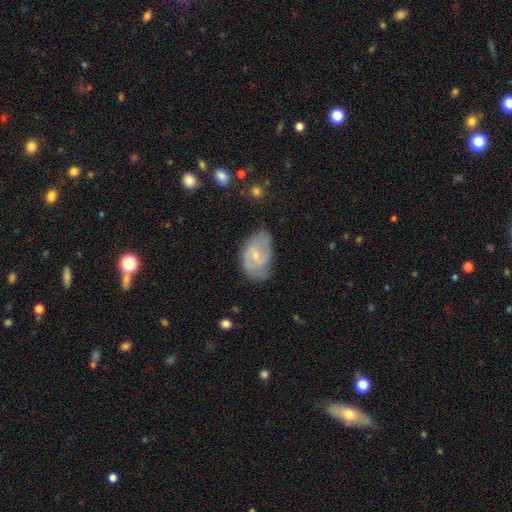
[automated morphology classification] Smooth or featured: featured or disk — 71% (smooth — 23%)
Edge-on disk: no — 97% (yes — 3%)
Bar: weak — 54% (no — 36%)
Spiral arms: yes — 88% (no — 12%)
Spiral winding: medium — 48% (tight — 31%)
Spiral arm count: 2 — 68% (can't tell — 19%)
Bulge size: small — 67% (moderate — 28%)
Merging: none — 58% (minor disturbance — 30%)